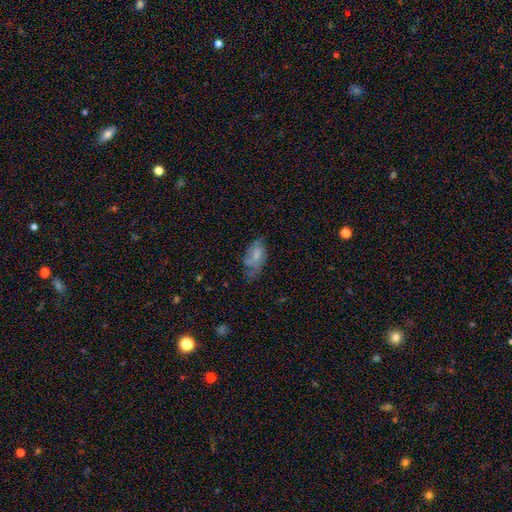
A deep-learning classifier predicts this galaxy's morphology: This appears to be a smooth galaxy with no disk features (55%) that is in between round and cigar-shaped (89%). Merging: none (44%).